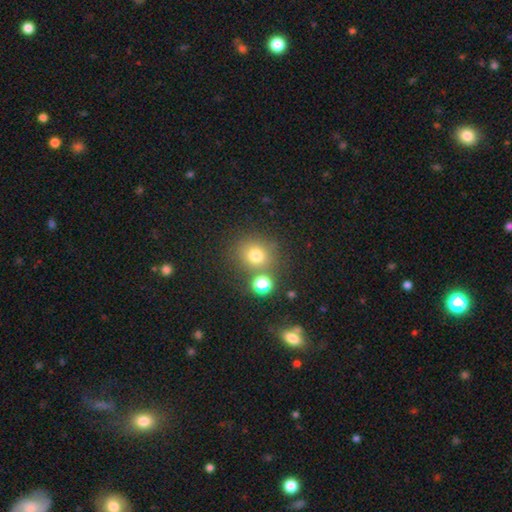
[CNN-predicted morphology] Smooth or featured?
  - smooth: 74% *
  - star or artifact: 17%
  - featured or disk: 9%
How rounded?
  - round: 87% *
  - in between: 12%
  - cigar-shaped: 1%
Merging?
  - none: 71% *
  - merger: 16%
  - minor disturbance: 10%
  - major disturbance: 4%